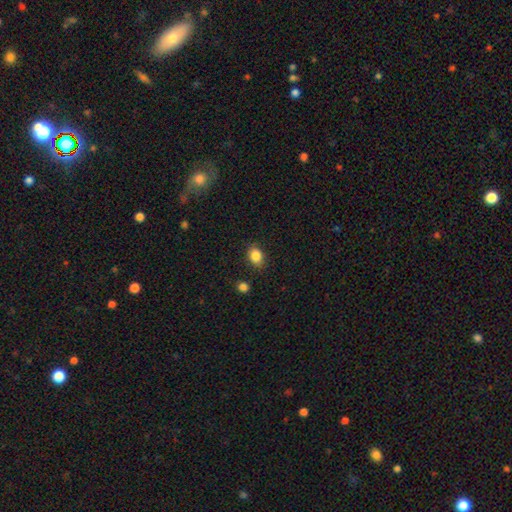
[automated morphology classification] This appears to be a smooth galaxy with no disk features (86%) that is in between round and cigar-shaped (63%). Merging: none (84%).